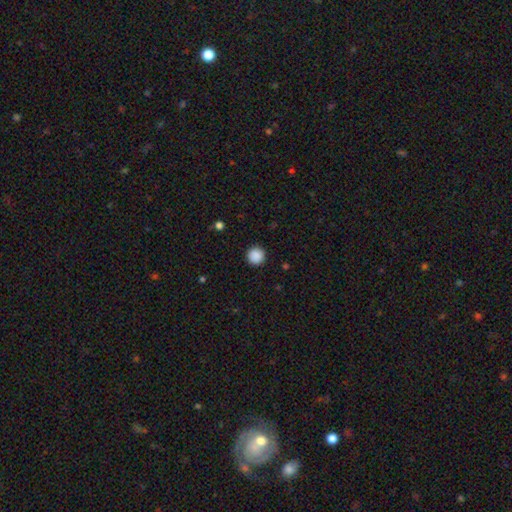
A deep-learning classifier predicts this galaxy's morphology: A smooth galaxy with no disk features (89%) that is round (96%).

Vote fractions:
- Smooth or featured? smooth: 89% / star or artifact: 9% / featured or disk: 2%
- How rounded? round: 96% / in between: 3% / cigar-shaped: 1%
- Merging? none: 92% / minor disturbance: 5% / major disturbance: 2% / merger: 1%